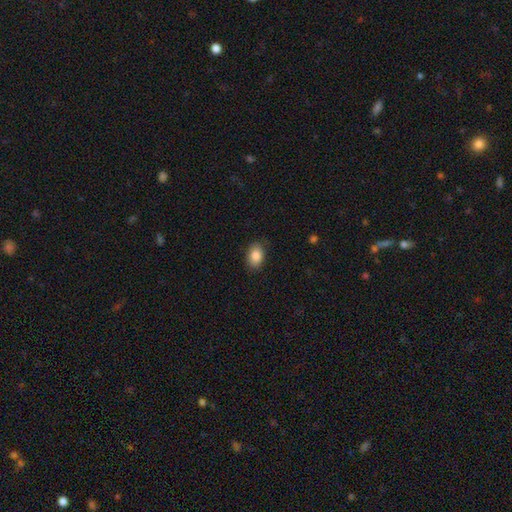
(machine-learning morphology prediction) Smooth or featured? smooth (86%)
How rounded? in between (83%)
Merging? none (85%)